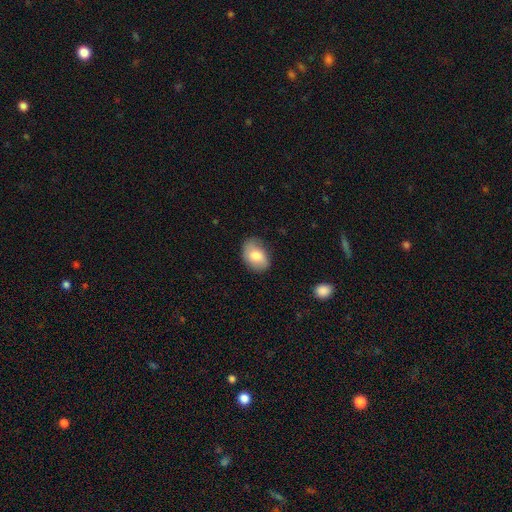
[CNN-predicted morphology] Q: Smooth or featured?
A: smooth (79%); runner-up: featured or disk (14%)
Q: How rounded?
A: in between (82%); runner-up: round (17%)
Q: Merging?
A: none (71%); runner-up: minor disturbance (22%)